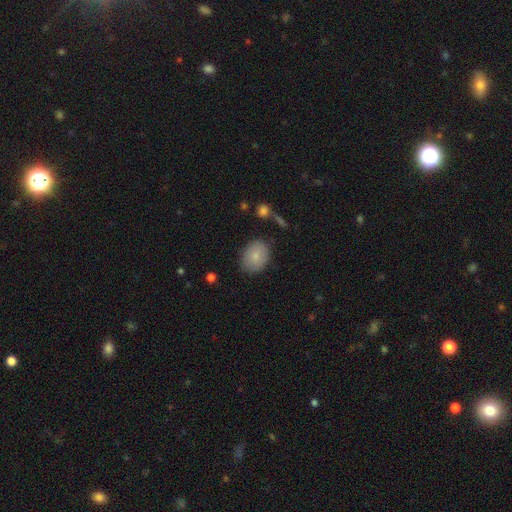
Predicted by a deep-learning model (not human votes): smooth-or-featured: smooth: 83% | featured or disk: 10% | star or artifact: 7%
  how-rounded: in between: 67% | round: 32% | cigar-shaped: 1%
  merging: none: 81% | minor disturbance: 14% | major disturbance: 3% | merger: 2%